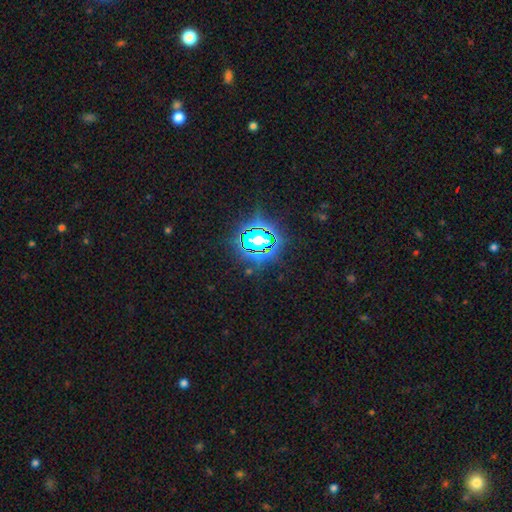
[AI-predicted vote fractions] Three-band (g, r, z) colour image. It shows a star or artifact, not a galaxy (83%).